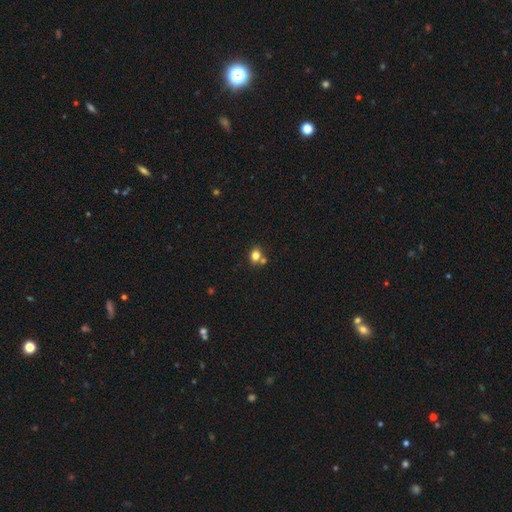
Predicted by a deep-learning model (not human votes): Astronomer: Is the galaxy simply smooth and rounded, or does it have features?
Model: smooth — 80%.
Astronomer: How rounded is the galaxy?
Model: round — 50% (runner-up: in between, 49%).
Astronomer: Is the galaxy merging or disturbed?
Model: none — 62%.